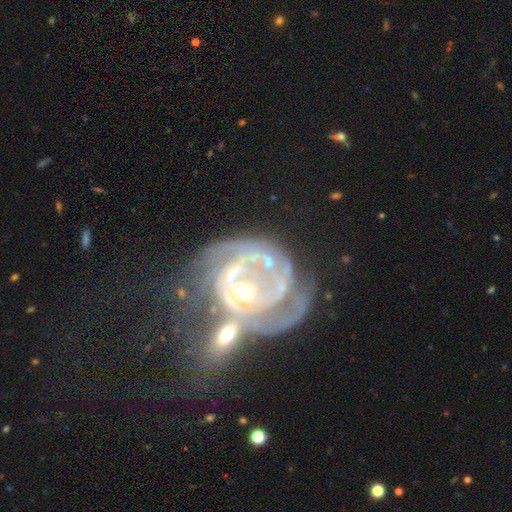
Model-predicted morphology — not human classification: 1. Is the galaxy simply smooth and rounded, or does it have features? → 79% featured or disk, 12% smooth, 10% star or artifact.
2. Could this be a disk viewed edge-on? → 97% no, 3% yes.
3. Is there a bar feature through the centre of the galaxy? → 68% no, 22% weak, 10% strong.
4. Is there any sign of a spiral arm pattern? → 67% yes, 33% no.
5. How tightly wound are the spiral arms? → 47% tight, 32% medium, 21% loose.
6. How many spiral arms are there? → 41% can't tell, 24% 2, 13% 1, 11% 3, 6% 4, 5% more than 4.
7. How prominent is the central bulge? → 55% moderate, 25% small, 10% none, 8% large, 3% dominant.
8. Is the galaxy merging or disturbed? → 45% merger, 26% major disturbance, 17% none, 11% minor disturbance.